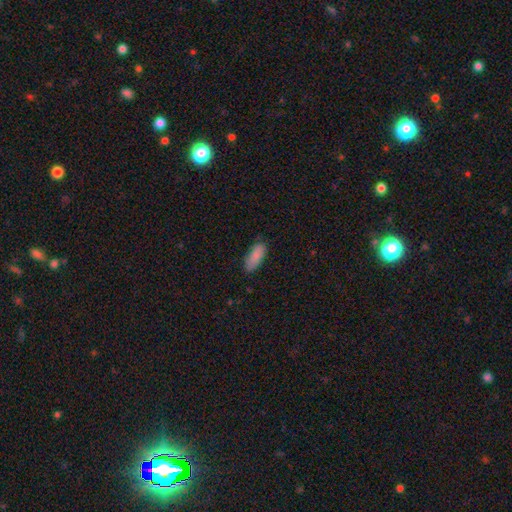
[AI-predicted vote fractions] Q: Smooth or featured?
A: smooth (87%); runner-up: star or artifact (6%)
Q: How rounded?
A: in between (77%); runner-up: cigar-shaped (21%)
Q: Merging?
A: none (78%); runner-up: minor disturbance (17%)